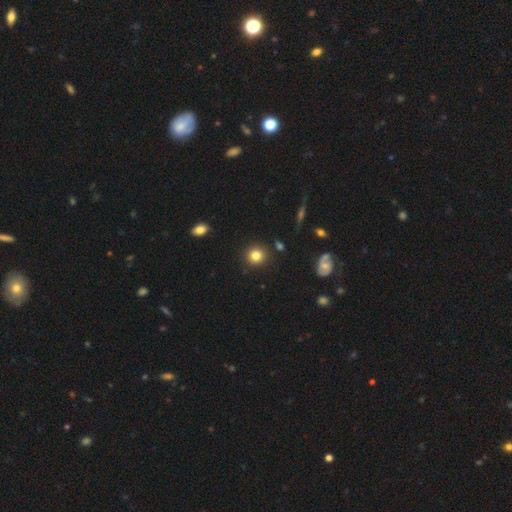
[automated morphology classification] Smooth or featured: smooth — 82% (star or artifact — 10%)
How rounded: round — 91% (in between — 8%)
Merging: none — 89% (minor disturbance — 7%)